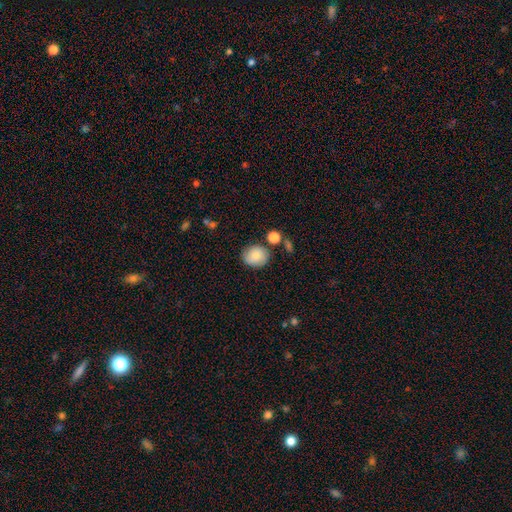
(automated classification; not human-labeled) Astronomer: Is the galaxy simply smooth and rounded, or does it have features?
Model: smooth — 81%.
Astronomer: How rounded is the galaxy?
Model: round — 74%.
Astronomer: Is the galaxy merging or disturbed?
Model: none — 77%.